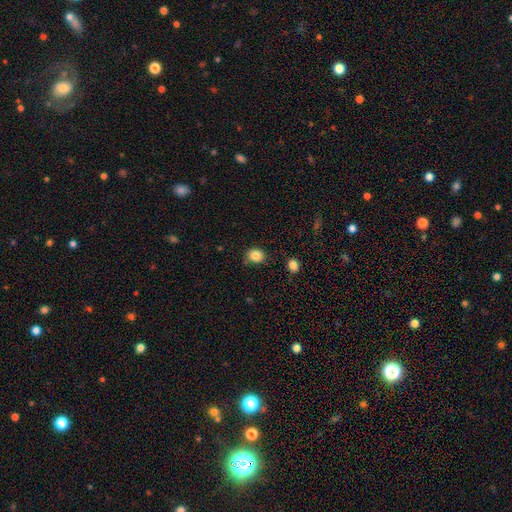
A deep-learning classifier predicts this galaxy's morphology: type=smooth (85%); roundness=round (64%); merging=none (82%).